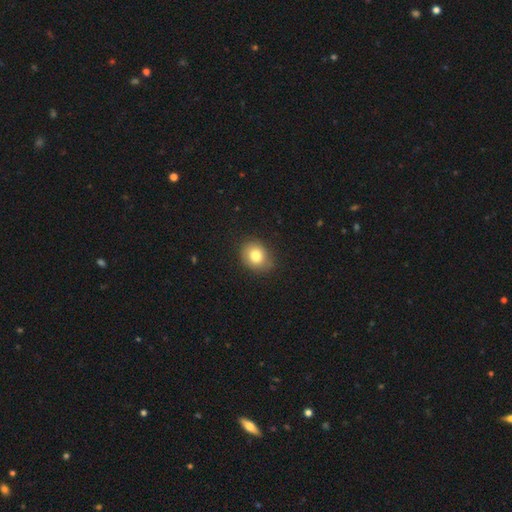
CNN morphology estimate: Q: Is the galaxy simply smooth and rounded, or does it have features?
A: smooth — 79%.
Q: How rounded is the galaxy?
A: round — 59%.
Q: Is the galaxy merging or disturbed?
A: none — 80%.